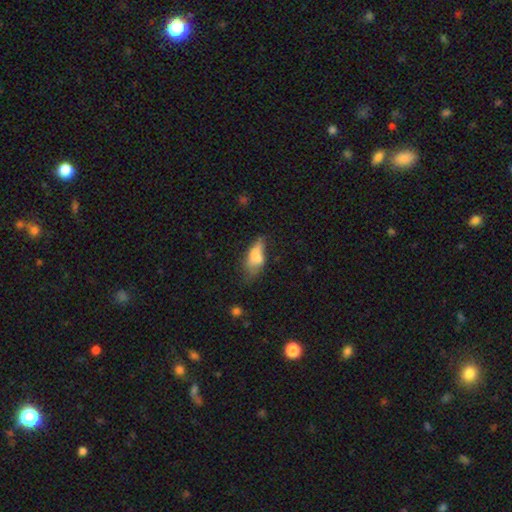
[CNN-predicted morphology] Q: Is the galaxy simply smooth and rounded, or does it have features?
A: smooth — 59%.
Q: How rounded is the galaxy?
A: in between — 73%.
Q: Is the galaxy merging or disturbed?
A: none — 34%.